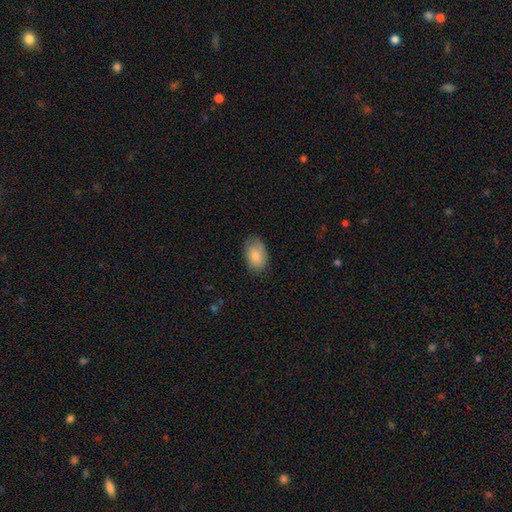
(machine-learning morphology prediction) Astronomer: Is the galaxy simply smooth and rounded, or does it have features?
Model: smooth — 83%.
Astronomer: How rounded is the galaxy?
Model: in between — 90%.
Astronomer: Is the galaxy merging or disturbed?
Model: none — 74%.